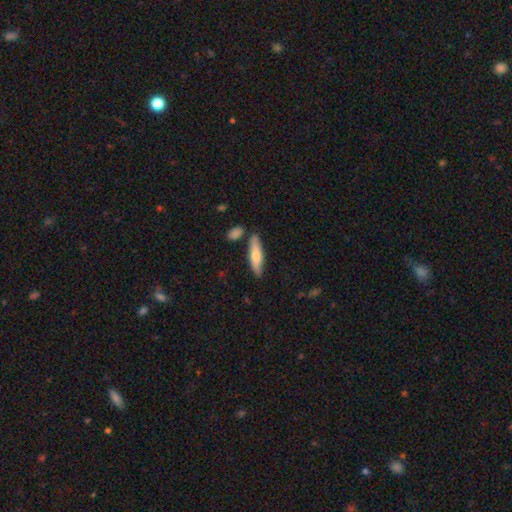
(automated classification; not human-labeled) The model was most divided on "smooth or featured": smooth: 64%, featured or disk: 30%, star or artifact: 6%. More confident: merging — none (79%); how rounded — cigar-shaped (68%).